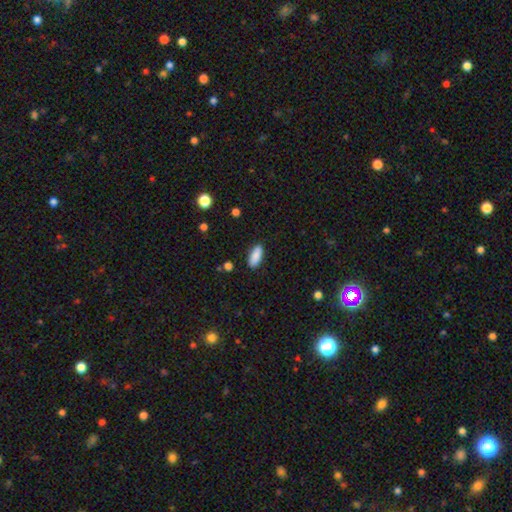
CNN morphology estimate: A smooth galaxy with no disk features (89%) that is in between round and cigar-shaped (82%).

Vote fractions:
- Smooth or featured? smooth: 89% / star or artifact: 7% / featured or disk: 4%
- How rounded? in between: 82% / cigar-shaped: 16% / round: 2%
- Merging? none: 88% / minor disturbance: 9% / major disturbance: 2% / merger: 1%